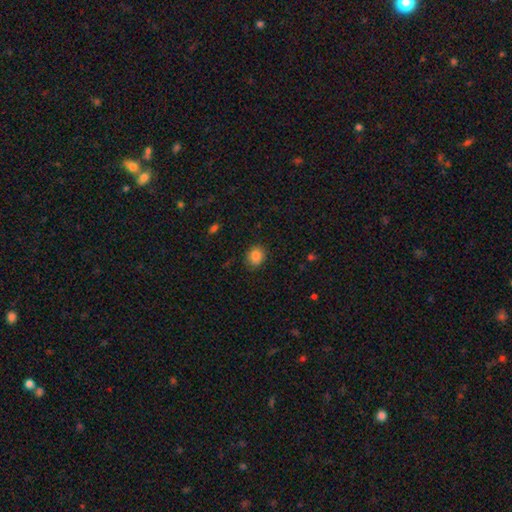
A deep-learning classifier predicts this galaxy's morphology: A smooth galaxy with no disk features (85%) that is round (70%).

Vote fractions:
- Smooth or featured? smooth: 85% / star or artifact: 10% / featured or disk: 5%
- How rounded? round: 70% / in between: 29% / cigar-shaped: 1%
- Merging? none: 84% / minor disturbance: 12% / major disturbance: 3% / merger: 1%